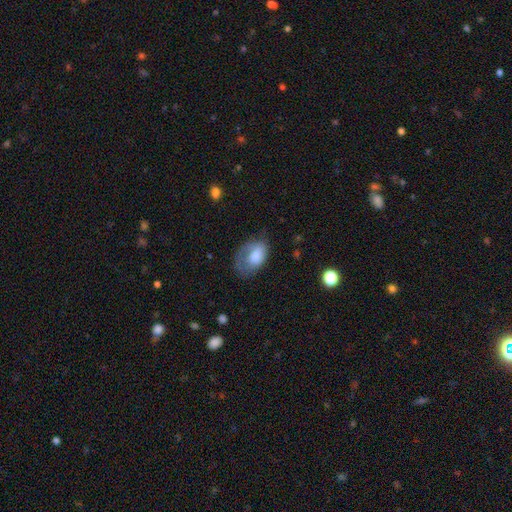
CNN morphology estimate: This is likely a smooth galaxy (67%). How rounded: clearly in between (87%). Merging: marginally none (40%).